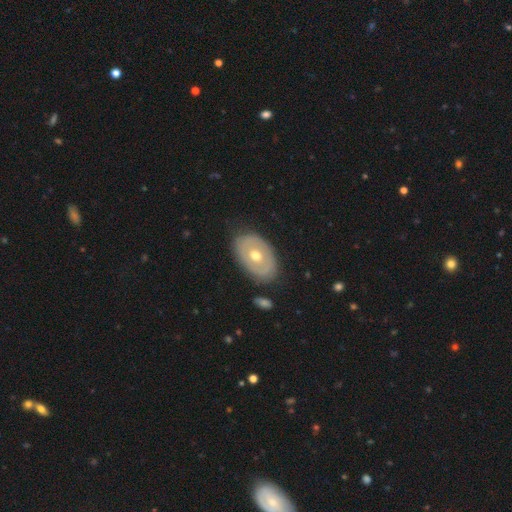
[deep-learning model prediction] Overall: featured or disk (55%; smooth 39%). Edge-on disk: no (92%). Bar: no (88%). Spiral arms: no (81%). Bulge size: moderate (75%). Merging: none (81%).